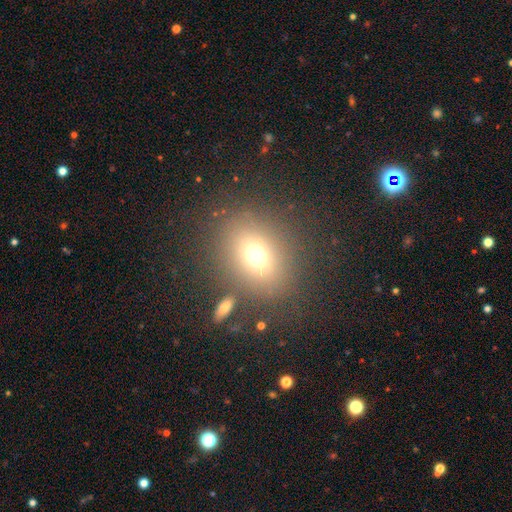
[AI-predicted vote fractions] Smooth or featured?
  - smooth: 69% *
  - star or artifact: 18%
  - featured or disk: 13%
How rounded?
  - round: 54% *
  - in between: 44%
  - cigar-shaped: 2%
Merging?
  - none: 75% *
  - minor disturbance: 10%
  - merger: 9%
  - major disturbance: 6%